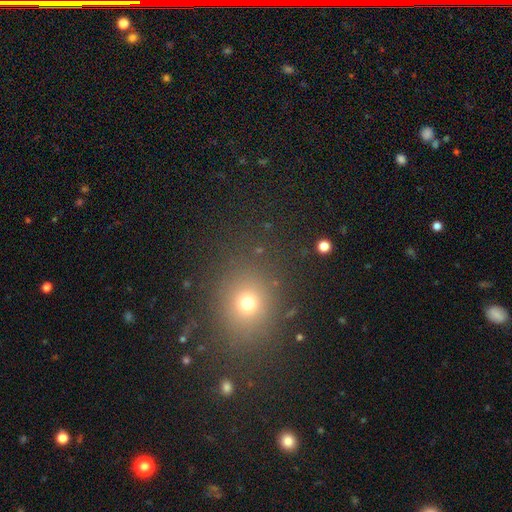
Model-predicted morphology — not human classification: smooth-or-featured: smooth: 58% | star or artifact: 33% | featured or disk: 9%
  how-rounded: round: 60% | in between: 39% | cigar-shaped: 2%
  merging: none: 87% | minor disturbance: 8% | major disturbance: 3% | merger: 2%